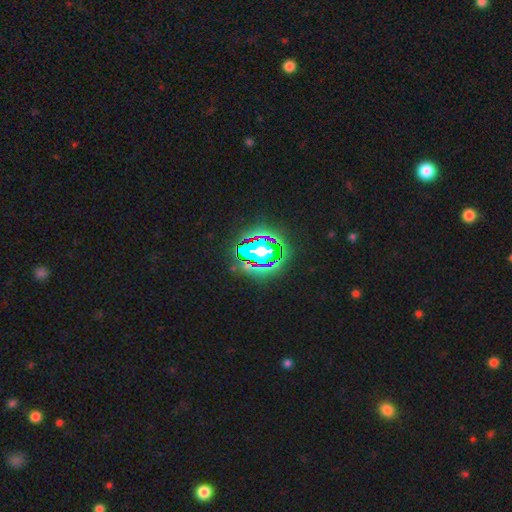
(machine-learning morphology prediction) This is likely a star or artifact rather than a galaxy (62%).